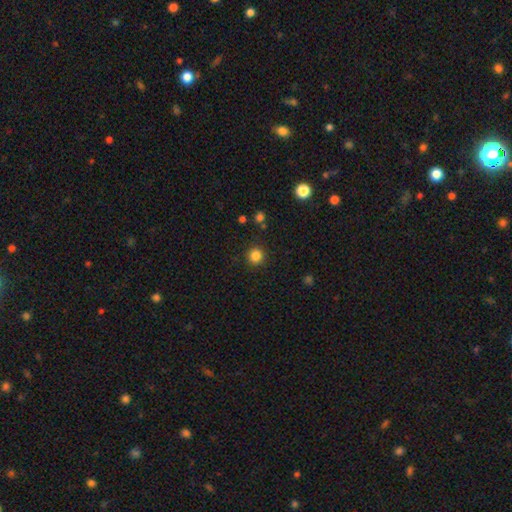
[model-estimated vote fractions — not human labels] This is clearly a smooth galaxy (84%). How rounded: clearly round (93%). Merging: clearly none (90%).